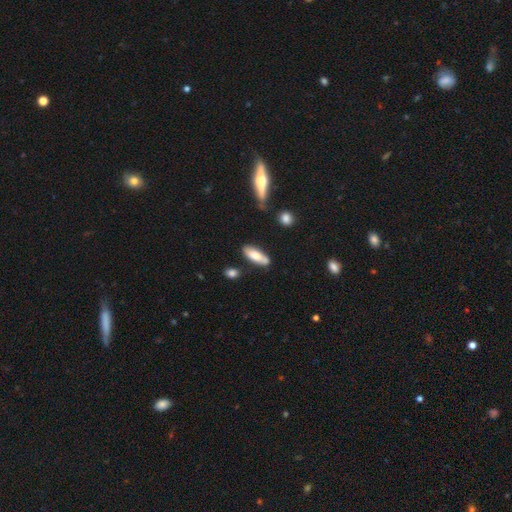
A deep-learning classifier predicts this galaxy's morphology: type=smooth (72%); roundness=in between (67%); merging=none (69%).